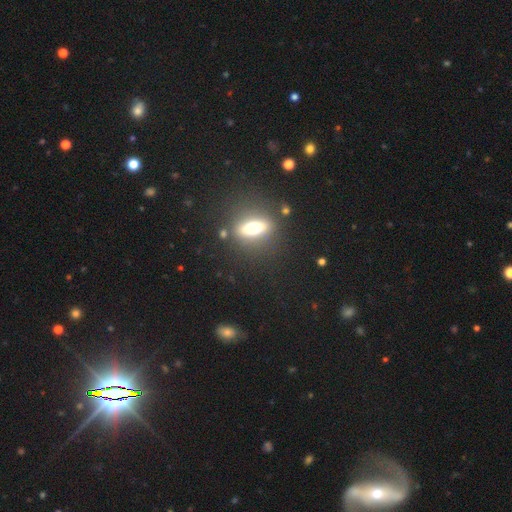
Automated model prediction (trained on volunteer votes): Smooth or featured?
  - star or artifact: 39% *
  - featured or disk: 32%
  - smooth: 30%